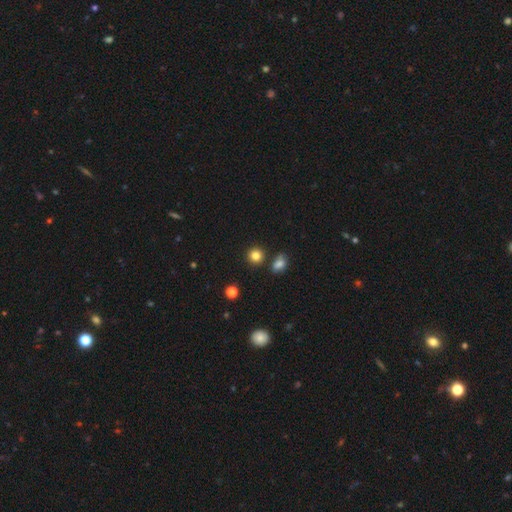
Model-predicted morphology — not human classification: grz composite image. It shows a smooth galaxy with no disk features (82%) that is round (90%). Merging: none (83%).